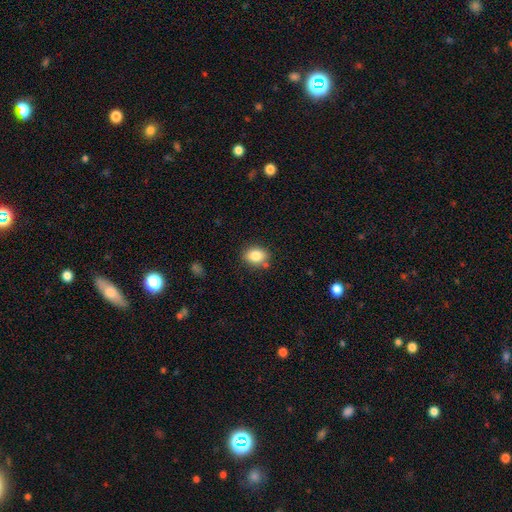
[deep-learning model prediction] Morphology: type=smooth (84%); roundness=in between (61%); merging=none (78%).